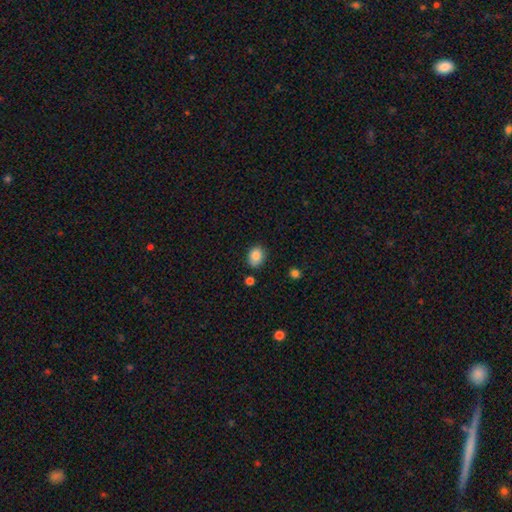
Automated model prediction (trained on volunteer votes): A smooth galaxy with no disk features (85%) that is in between round and cigar-shaped (64%).

Vote fractions:
- Smooth or featured? smooth: 85% / star or artifact: 9% / featured or disk: 6%
- How rounded? in between: 64% / round: 35% / cigar-shaped: 1%
- Merging? none: 80% / minor disturbance: 14% / merger: 3% / major disturbance: 3%